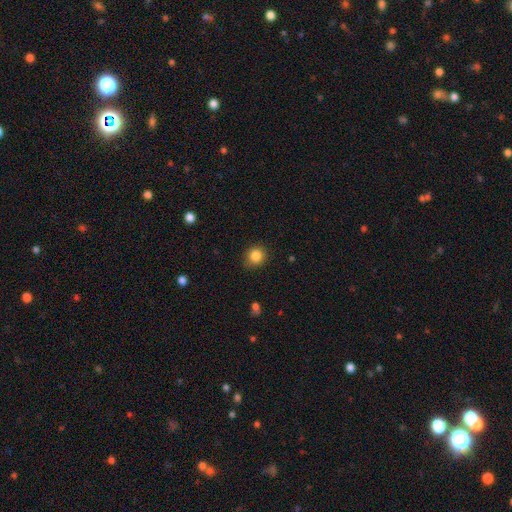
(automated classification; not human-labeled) smooth-or-featured: smooth: 85% | star or artifact: 10% | featured or disk: 5%
  how-rounded: round: 85% | in between: 14% | cigar-shaped: 1%
  merging: none: 86% | minor disturbance: 10% | major disturbance: 2% | merger: 1%